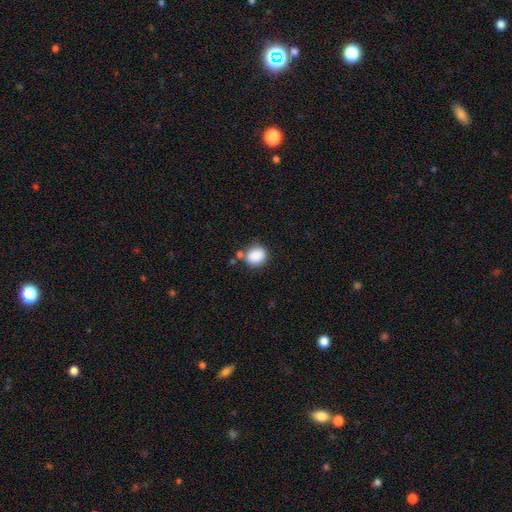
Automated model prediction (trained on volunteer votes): Morphology: type=smooth (87%); roundness=round (66%); merging=none (70%).